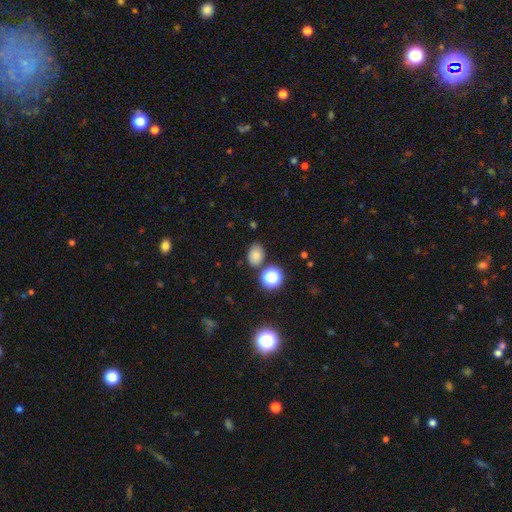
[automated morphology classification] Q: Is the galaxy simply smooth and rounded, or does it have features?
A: smooth — 77%.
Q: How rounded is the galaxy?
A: in between — 68%.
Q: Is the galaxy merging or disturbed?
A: none — 76%.